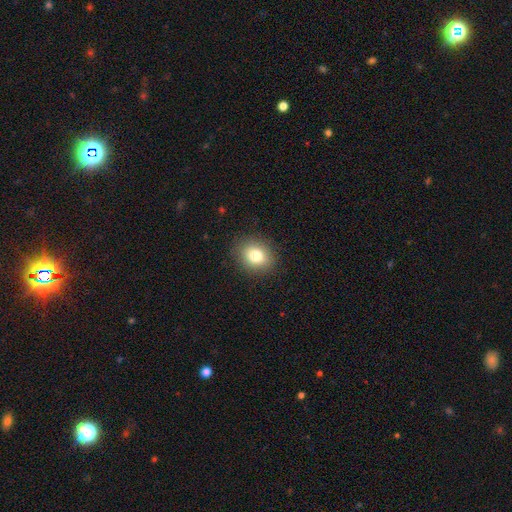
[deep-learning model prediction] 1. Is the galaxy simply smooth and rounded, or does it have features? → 80% smooth, 11% star or artifact, 9% featured or disk.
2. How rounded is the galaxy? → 60% round, 39% in between, 1% cigar-shaped.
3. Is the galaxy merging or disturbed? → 88% none, 8% minor disturbance, 3% major disturbance, 1% merger.